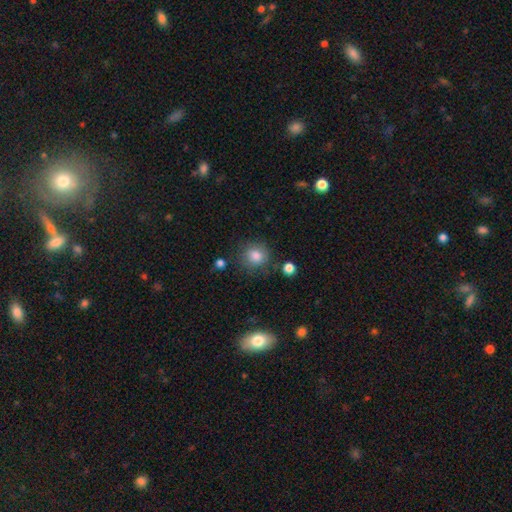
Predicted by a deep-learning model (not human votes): Overall: smooth (82%). How rounded: round (89%). Merging: none (79%).